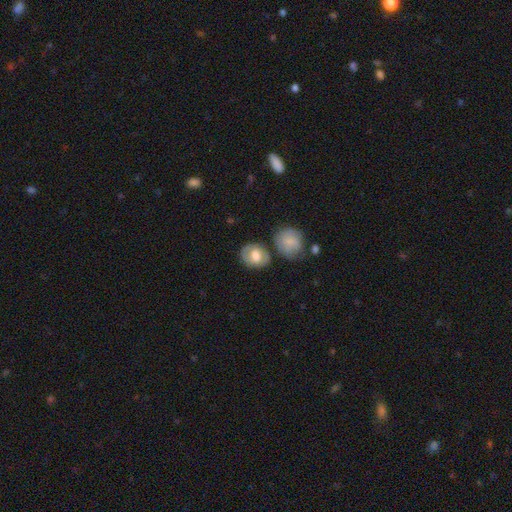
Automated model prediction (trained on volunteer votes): smooth-or-featured: smooth: 65% | featured or disk: 28% | star or artifact: 7%
  how-rounded: round: 55% | in between: 44% | cigar-shaped: 1%
  merging: none: 72% | minor disturbance: 15% | merger: 8% | major disturbance: 5%